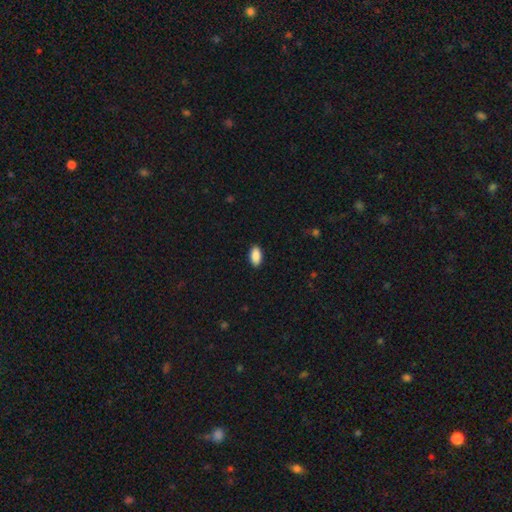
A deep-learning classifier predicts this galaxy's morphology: smooth 90%, star or artifact 7%, featured or disk 4%. Down the decision tree: how rounded — in between (94%); merging — none (90%).